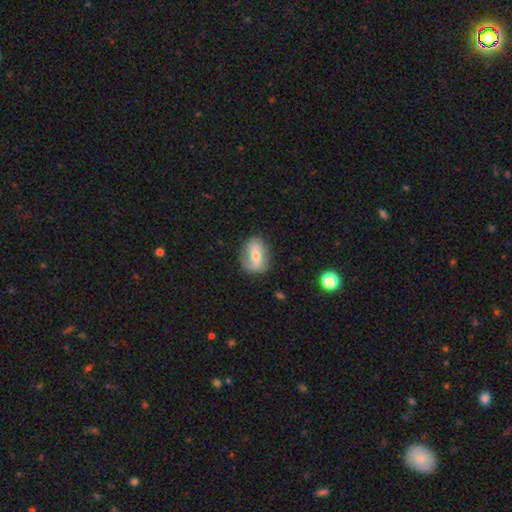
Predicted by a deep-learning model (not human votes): Smooth or featured: featured or disk — 60% (smooth — 33%)
Edge-on disk: no — 95% (yes — 5%)
Bar: weak — 36% (no — 35%)
Spiral arms: yes — 81% (no — 19%)
Bulge size: small — 51% (moderate — 42%)
Merging: none — 71% (minor disturbance — 20%)